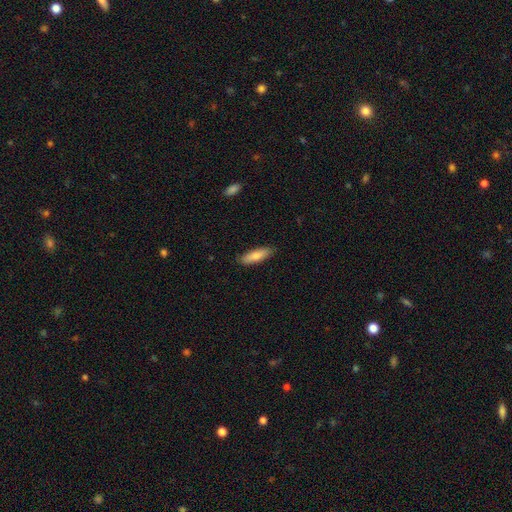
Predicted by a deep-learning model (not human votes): smooth 78%, featured or disk 16%, star or artifact 6%. Down the decision tree: how rounded — cigar-shaped (54%); merging — none (88%).